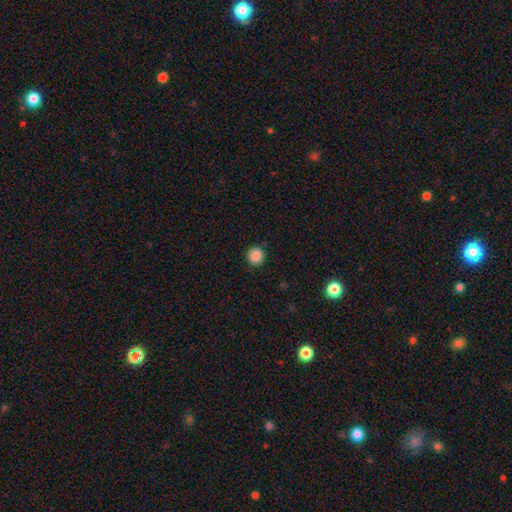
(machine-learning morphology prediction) This is clearly a smooth galaxy (87%). How rounded: clearly round (93%). Merging: clearly none (90%).